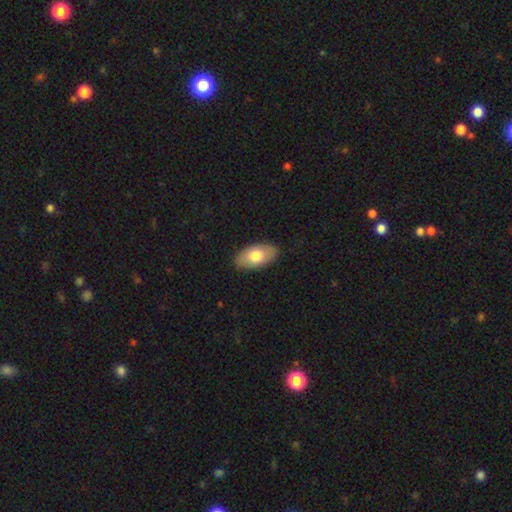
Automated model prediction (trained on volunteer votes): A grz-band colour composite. It shows a smooth galaxy with no disk features (74%) that is in between round and cigar-shaped (94%). Merging: none (88%).